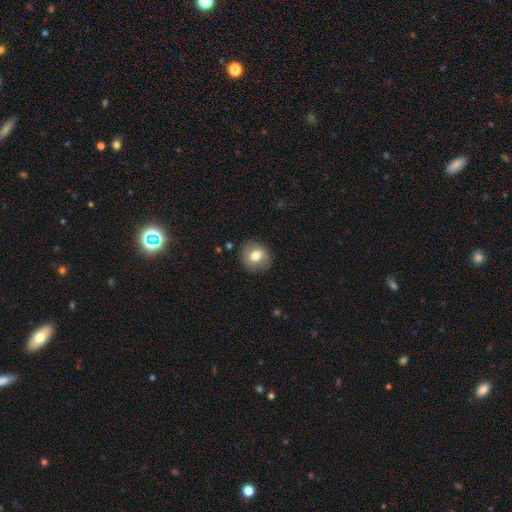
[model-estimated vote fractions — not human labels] smooth-or-featured: smooth: 73% | featured or disk: 19% | star or artifact: 8%
  how-rounded: round: 83% | in between: 17% | cigar-shaped: 1%
  merging: none: 87% | minor disturbance: 9% | major disturbance: 3% | merger: 1%